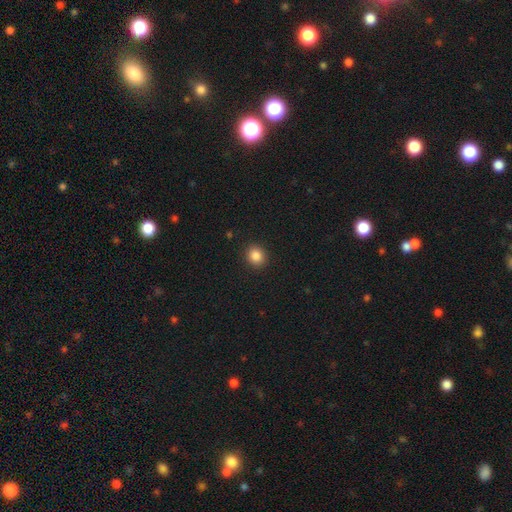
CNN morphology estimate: This is clearly a smooth galaxy (86%). How rounded: likely round (75%). Merging: clearly none (91%).